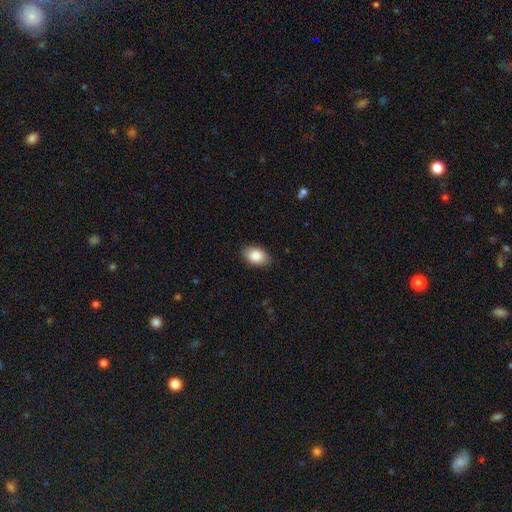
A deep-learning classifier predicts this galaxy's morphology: smooth_or_featured: smooth (p=0.87) [alt: star or artifact p=0.07]
how_rounded: in between (p=0.88) [alt: round p=0.11]
merging: none (p=0.86) [alt: minor disturbance p=0.11]